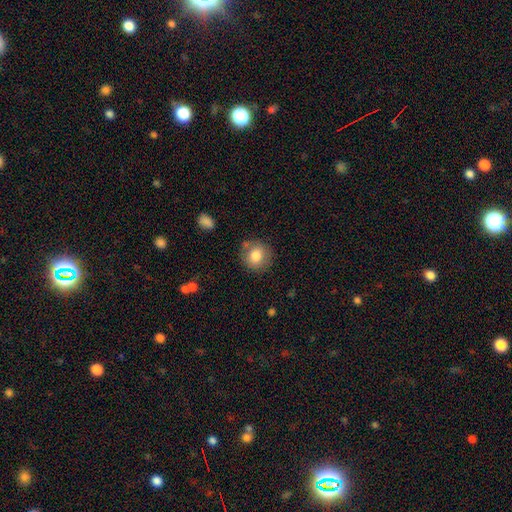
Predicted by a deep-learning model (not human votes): A smooth galaxy with no disk features (80%) that is round (89%).

Vote fractions:
- Smooth or featured? smooth: 80% / featured or disk: 11% / star or artifact: 9%
- How rounded? round: 89% / in between: 10% / cigar-shaped: 1%
- Merging? none: 80% / minor disturbance: 13% / merger: 4% / major disturbance: 3%